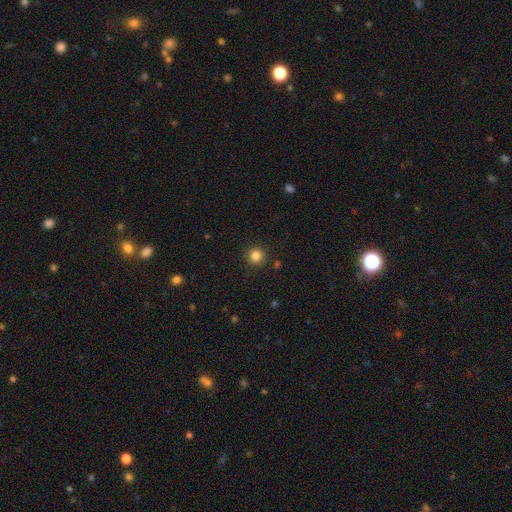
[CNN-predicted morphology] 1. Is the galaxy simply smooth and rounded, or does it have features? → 83% smooth, 13% star or artifact, 4% featured or disk.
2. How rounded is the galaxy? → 95% round, 4% in between, 1% cigar-shaped.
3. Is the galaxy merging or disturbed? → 91% none, 6% minor disturbance, 2% major disturbance, 2% merger.